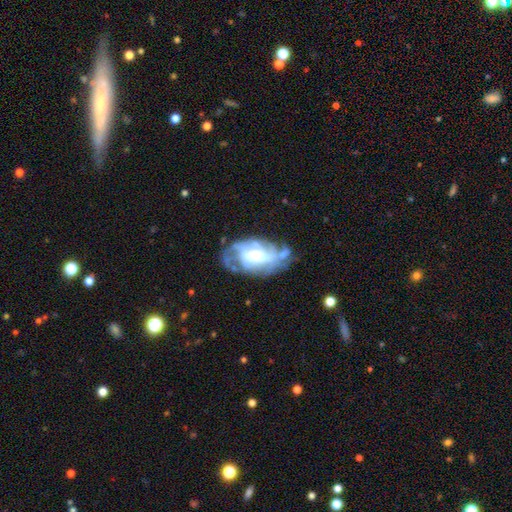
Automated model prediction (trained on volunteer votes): Smooth or featured? Predicted: featured or disk (p=0.76). Edge-on disk? Predicted: no (p=0.96). Bar? Predicted: no (p=0.44). Spiral arms? Predicted: yes (p=0.77). Spiral winding? Predicted: tight (p=0.45). Spiral arm count? Predicted: can't tell (p=0.43). Bulge size? Predicted: moderate (p=0.41). Merging? Predicted: none (p=0.47).